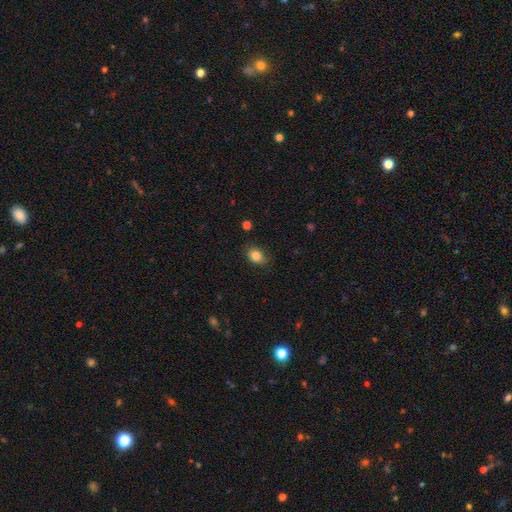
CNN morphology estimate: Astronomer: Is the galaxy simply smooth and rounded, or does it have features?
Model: smooth — 85%.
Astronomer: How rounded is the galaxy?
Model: in between — 69%.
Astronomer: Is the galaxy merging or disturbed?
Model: none — 82%.